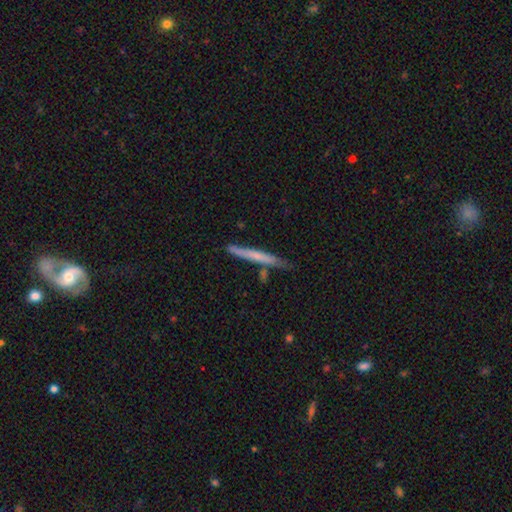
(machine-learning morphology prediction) Smooth or featured? Predicted: smooth (p=0.53). How rounded? Predicted: cigar-shaped (p=0.96). Merging? Predicted: none (p=0.77).